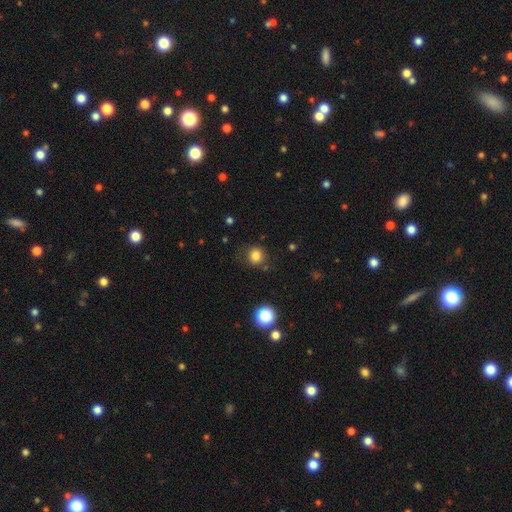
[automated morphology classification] Smooth or featured?
  - smooth: 81% *
  - star or artifact: 13%
  - featured or disk: 5%
How rounded?
  - round: 87% *
  - in between: 12%
  - cigar-shaped: 1%
Merging?
  - none: 79% *
  - minor disturbance: 13%
  - major disturbance: 5%
  - merger: 3%